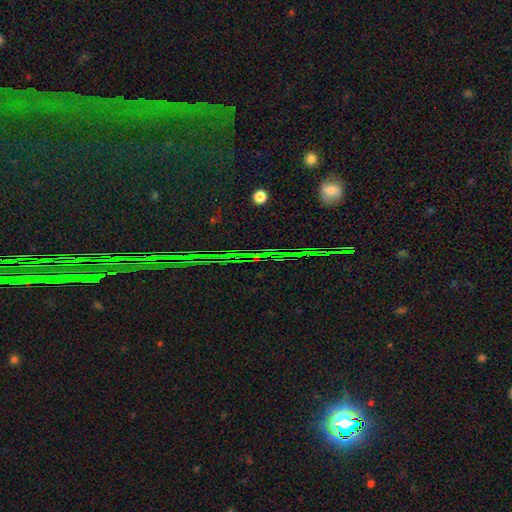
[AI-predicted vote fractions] smooth-or-featured: star or artifact: 82% | featured or disk: 10% | smooth: 9%